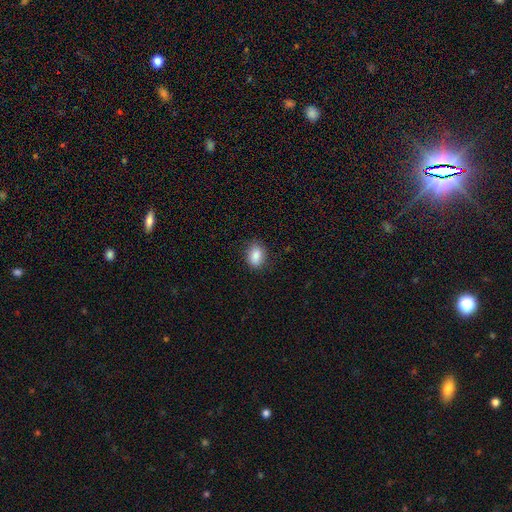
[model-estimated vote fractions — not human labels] Overall: smooth (86%). How rounded: in between (73%). Merging: none (85%).